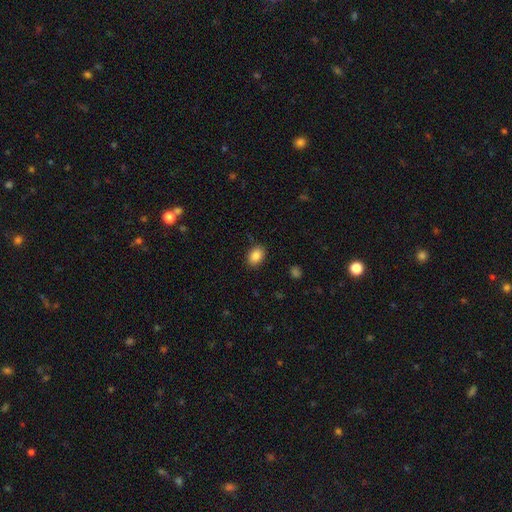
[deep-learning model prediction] Morphology: type=smooth (87%); roundness=in between (77%); merging=none (85%).